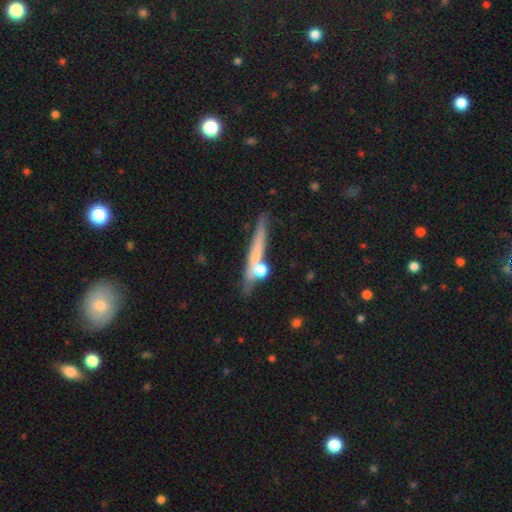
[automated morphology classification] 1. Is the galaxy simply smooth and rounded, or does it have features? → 46% smooth, 45% featured or disk, 9% star or artifact.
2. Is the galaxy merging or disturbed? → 69% none, 15% minor disturbance, 11% merger, 5% major disturbance.